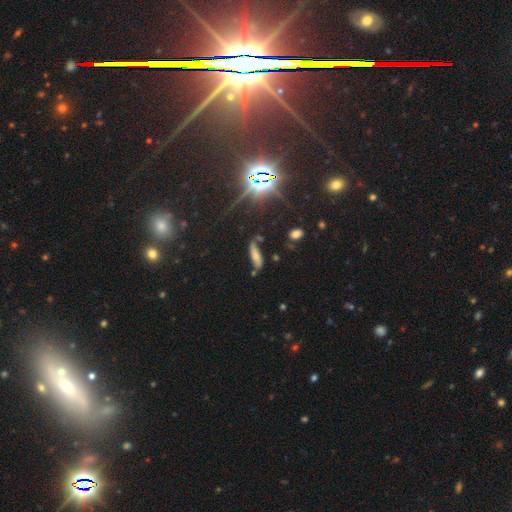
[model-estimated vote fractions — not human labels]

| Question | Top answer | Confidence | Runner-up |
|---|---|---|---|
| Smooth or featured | smooth | 50% | featured or disk (29%) |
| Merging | none | 65% | minor disturbance (21%) |